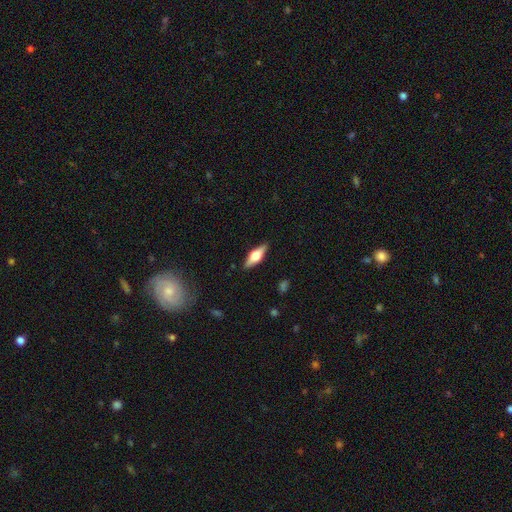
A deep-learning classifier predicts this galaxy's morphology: A featured or disk galaxy (53%) viewed edge-on (94%). Merging: none (88%).